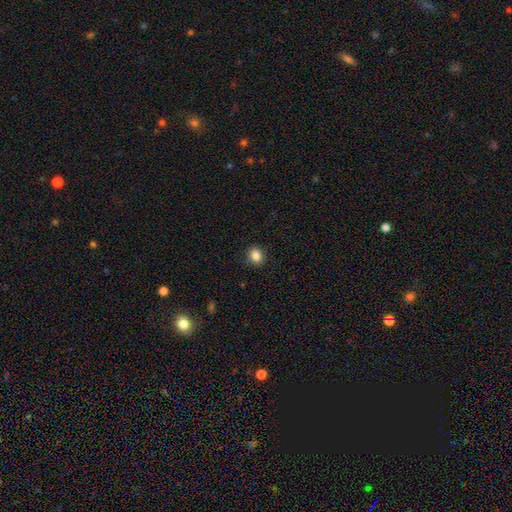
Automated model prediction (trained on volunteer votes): Smooth or featured: smooth — 85% (star or artifact — 10%)
How rounded: round — 69% (in between — 30%)
Merging: none — 89% (minor disturbance — 8%)